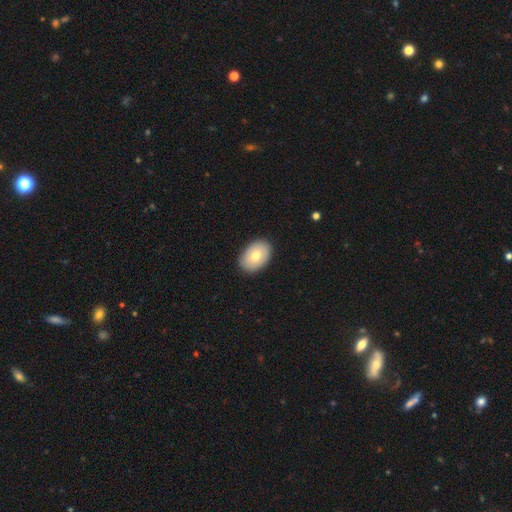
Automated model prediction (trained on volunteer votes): smooth-or-featured: smooth: 74% | featured or disk: 20% | star or artifact: 7%
  how-rounded: in between: 86% | round: 13% | cigar-shaped: 1%
  merging: none: 90% | minor disturbance: 8% | major disturbance: 2% | merger: 1%